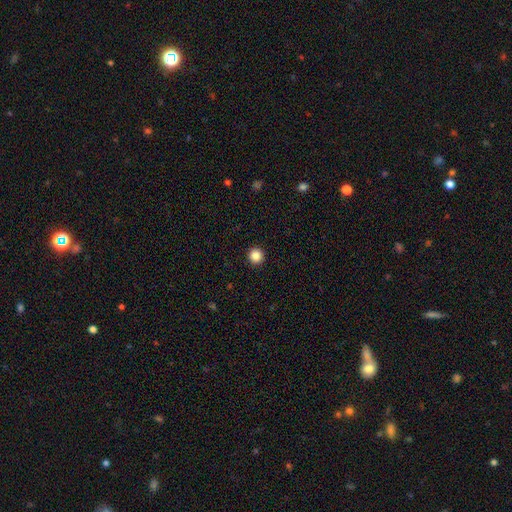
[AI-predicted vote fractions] Smooth or featured? smooth (87%)
How rounded? round (96%)
Merging? none (94%)